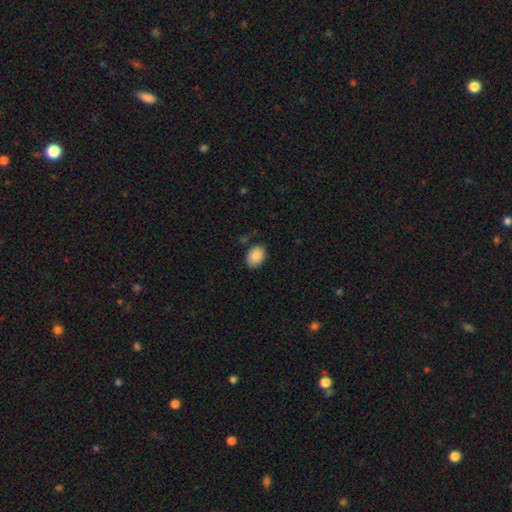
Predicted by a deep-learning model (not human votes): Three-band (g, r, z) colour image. It shows a smooth galaxy with no disk features (88%) that is in between round and cigar-shaped (74%). Merging: none (80%).